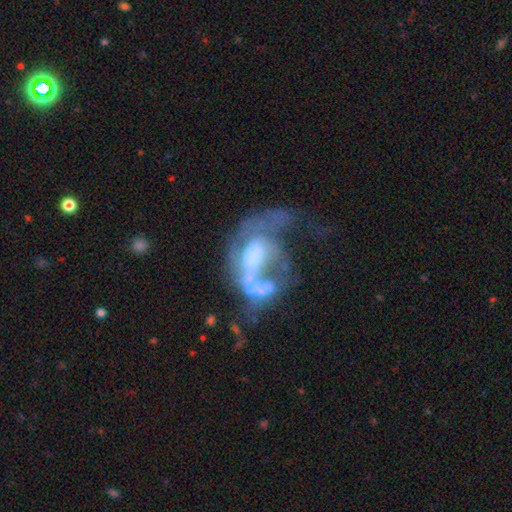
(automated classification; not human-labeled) featured or disk 67%, smooth 22%, star or artifact 12%. Down the decision tree: edge-on disk — no (96%); bar — no (68%); spiral arms — no (63%); bulge size — moderate (36%); merging — merger (41%).